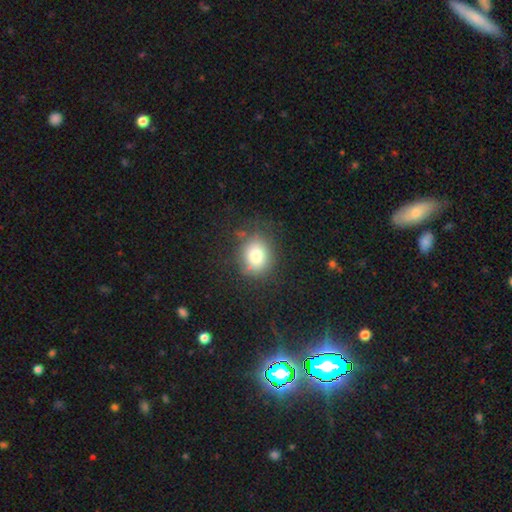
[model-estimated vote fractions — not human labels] Q: Smooth or featured?
A: smooth (79%); runner-up: star or artifact (11%)
Q: How rounded?
A: round (60%); runner-up: in between (39%)
Q: Merging?
A: none (75%); runner-up: minor disturbance (16%)